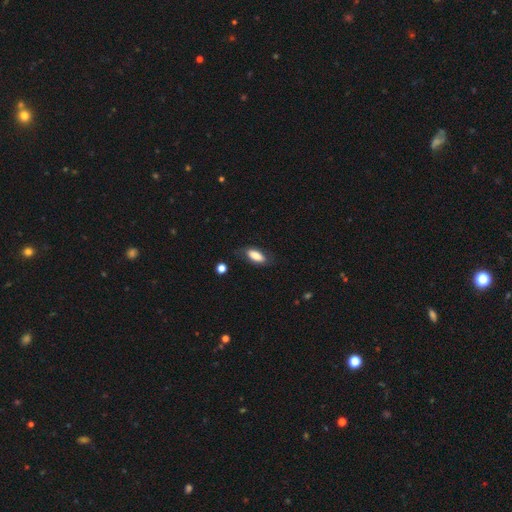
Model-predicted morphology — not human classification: smooth-or-featured: smooth: 80% | featured or disk: 13% | star or artifact: 7%
  how-rounded: in between: 79% | cigar-shaped: 18% | round: 3%
  merging: none: 73% | minor disturbance: 19% | major disturbance: 6% | merger: 2%